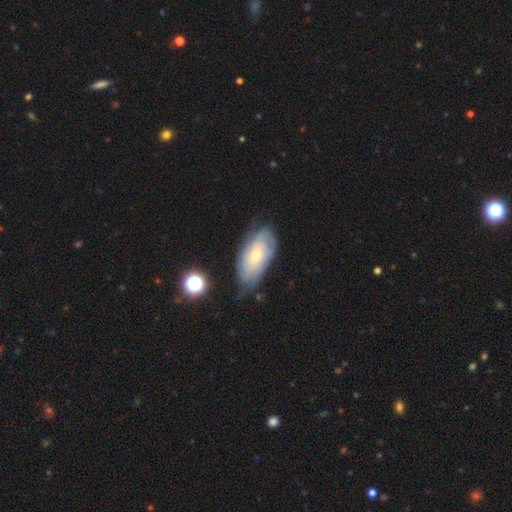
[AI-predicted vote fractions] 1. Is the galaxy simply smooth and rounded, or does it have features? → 64% featured or disk, 29% smooth, 7% star or artifact.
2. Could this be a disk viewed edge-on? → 92% no, 8% yes.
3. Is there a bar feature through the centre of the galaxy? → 76% no, 21% weak, 3% strong.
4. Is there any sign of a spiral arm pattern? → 85% yes, 15% no.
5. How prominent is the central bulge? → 64% small, 32% moderate, 2% none, 2% large, 1% dominant.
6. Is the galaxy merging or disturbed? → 65% none, 26% minor disturbance, 8% major disturbance, 2% merger.